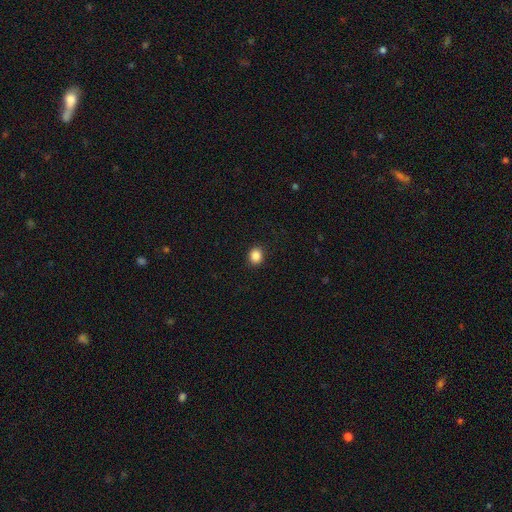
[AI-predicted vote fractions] Smooth or featured?
  - smooth: 86% *
  - star or artifact: 10%
  - featured or disk: 3%
How rounded?
  - round: 79% *
  - in between: 21%
  - cigar-shaped: 1%
Merging?
  - none: 91% *
  - minor disturbance: 6%
  - major disturbance: 2%
  - merger: 1%